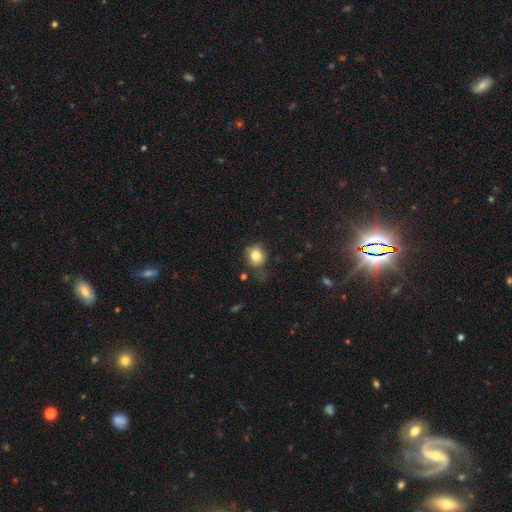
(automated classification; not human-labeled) The model was most divided on "merging": none: 53%, minor disturbance: 29%, major disturbance: 15%, merger: 3%. More confident: smooth or featured — smooth (81%); how rounded — round (70%).